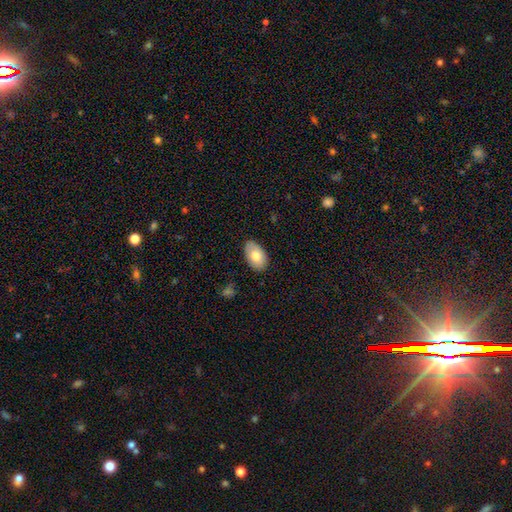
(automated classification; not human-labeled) smooth-or-featured: smooth: 76% | featured or disk: 18% | star or artifact: 6%
  how-rounded: in between: 94% | round: 5% | cigar-shaped: 1%
  merging: none: 84% | minor disturbance: 13% | major disturbance: 2% | merger: 1%